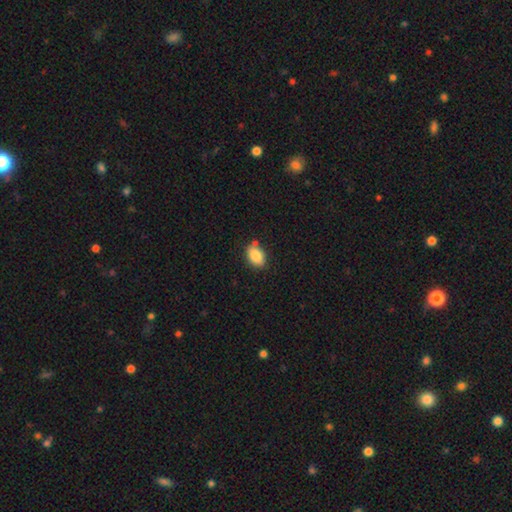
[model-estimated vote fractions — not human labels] smooth_or_featured: smooth (p=0.86) [alt: star or artifact p=0.08]
how_rounded: in between (p=0.85) [alt: round p=0.13]
merging: none (p=0.75) [alt: minor disturbance p=0.16]